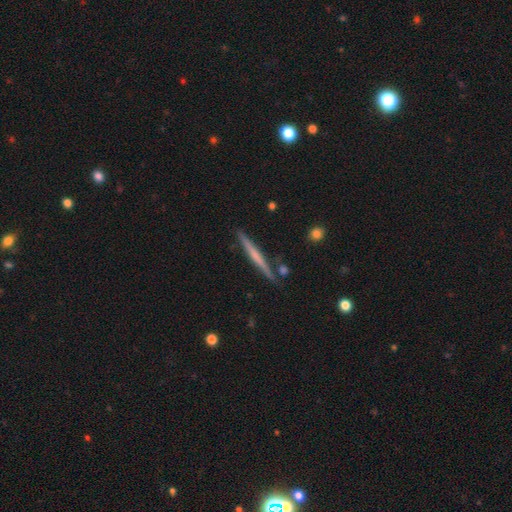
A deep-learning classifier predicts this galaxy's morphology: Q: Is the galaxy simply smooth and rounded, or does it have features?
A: featured or disk — 55%.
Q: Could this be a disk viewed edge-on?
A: yes — 97%.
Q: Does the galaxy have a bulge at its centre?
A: none — 67%.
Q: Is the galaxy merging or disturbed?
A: none — 87%.